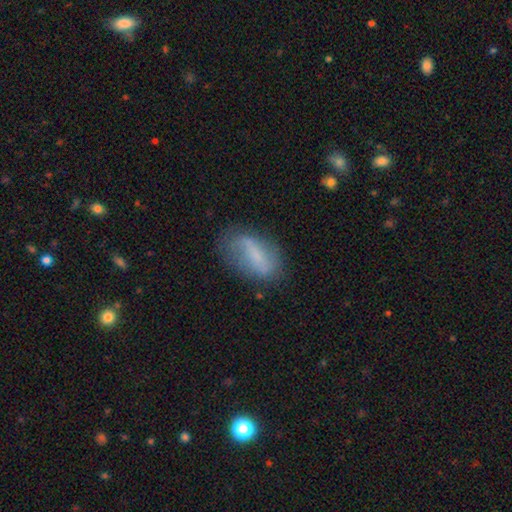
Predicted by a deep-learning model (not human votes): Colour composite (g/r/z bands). It shows a smooth galaxy with no disk features (53%) that is in between round and cigar-shaped (85%). Merging: none (61%).